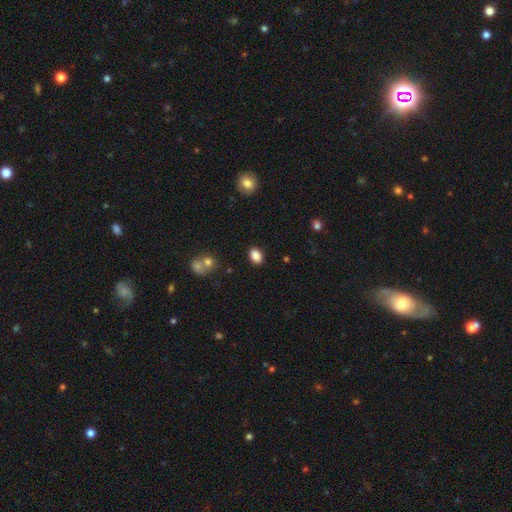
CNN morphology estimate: Overall: smooth (87%). How rounded: in between (81%). Merging: none (87%).